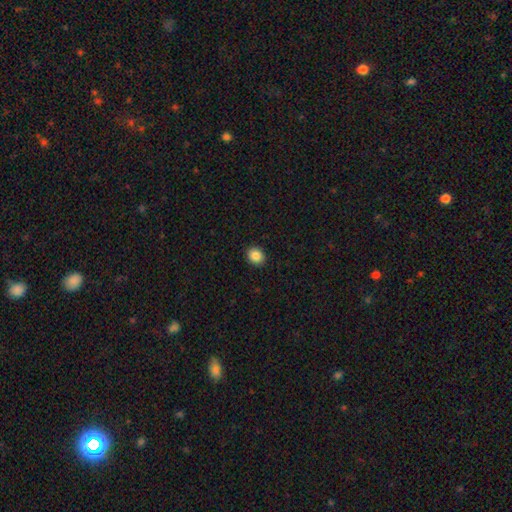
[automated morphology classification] Overall: smooth (86%). How rounded: round (61%; in between 38%). Merging: none (91%).